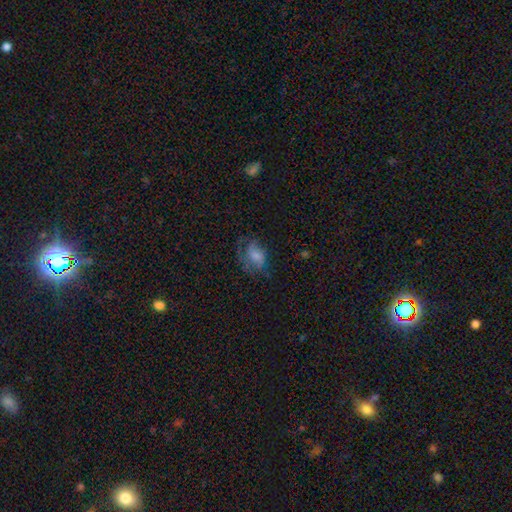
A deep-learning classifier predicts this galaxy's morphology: The model was most divided on "smooth or featured": smooth: 47%, featured or disk: 38%, star or artifact: 16%. Remaining: merging — none (47%).